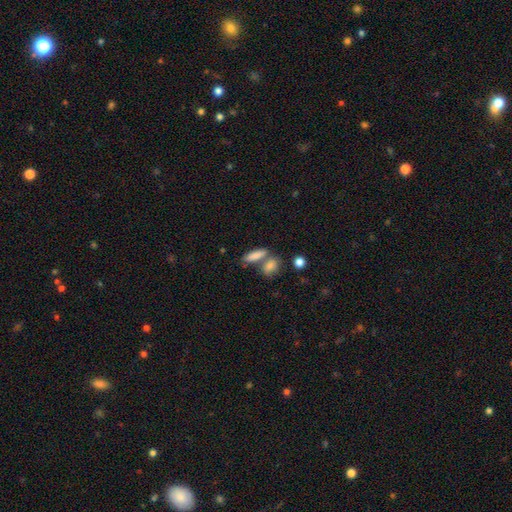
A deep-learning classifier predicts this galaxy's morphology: smooth 82%, featured or disk 10%, star or artifact 8%. Down the decision tree: how rounded — in between (58%); merging — none (52%).